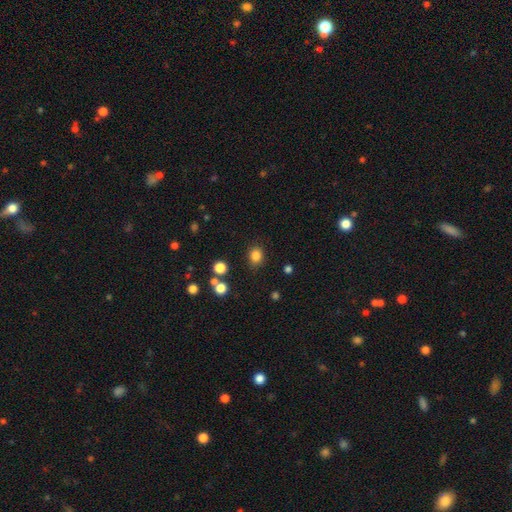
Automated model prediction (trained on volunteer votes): smooth_or_featured: smooth (p=0.83) [alt: star or artifact p=0.12]
how_rounded: round (p=0.66) [alt: in between p=0.33]
merging: none (p=0.85) [alt: minor disturbance p=0.09]